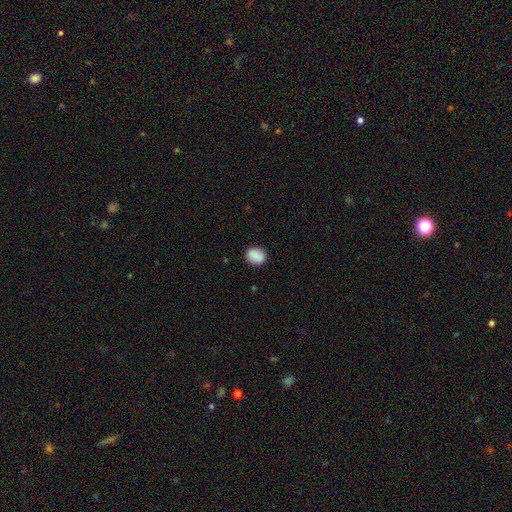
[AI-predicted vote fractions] A smooth galaxy with no disk features (86%) that is round (64%).

Vote fractions:
- Smooth or featured? smooth: 86% / star or artifact: 8% / featured or disk: 6%
- How rounded? round: 64% / in between: 35% / cigar-shaped: 1%
- Merging? none: 86% / minor disturbance: 10% / major disturbance: 3% / merger: 2%